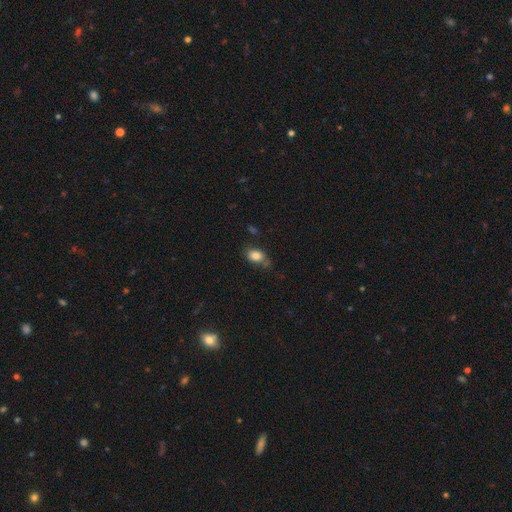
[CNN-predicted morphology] smooth 83%, star or artifact 9%, featured or disk 8%. Down the decision tree: how rounded — in between (79%); merging — none (58%).